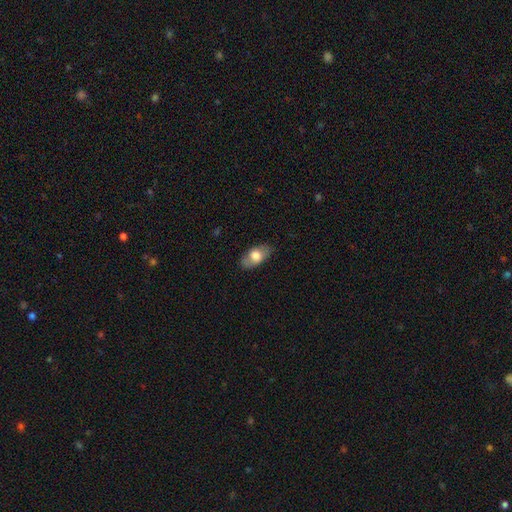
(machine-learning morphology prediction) A smooth galaxy with no disk features (68%) that is in between round and cigar-shaped (90%).

Vote fractions:
- Smooth or featured? smooth: 68% / featured or disk: 26% / star or artifact: 6%
- How rounded? in between: 90% / round: 6% / cigar-shaped: 4%
- Merging? none: 80% / minor disturbance: 15% / major disturbance: 4% / merger: 1%